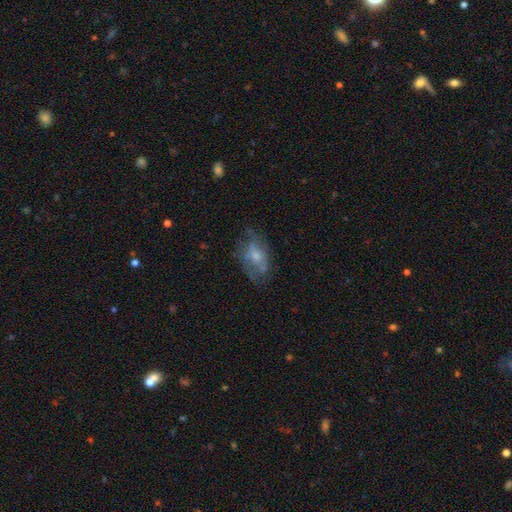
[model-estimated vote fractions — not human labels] A featured or disk galaxy (48%). Merging: none (50%).